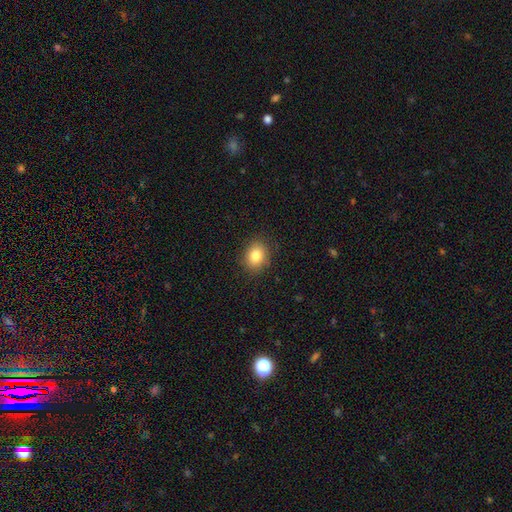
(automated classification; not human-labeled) Smooth or featured? Predicted: smooth (p=0.83). How rounded? Predicted: round (p=0.51). Merging? Predicted: none (p=0.88).